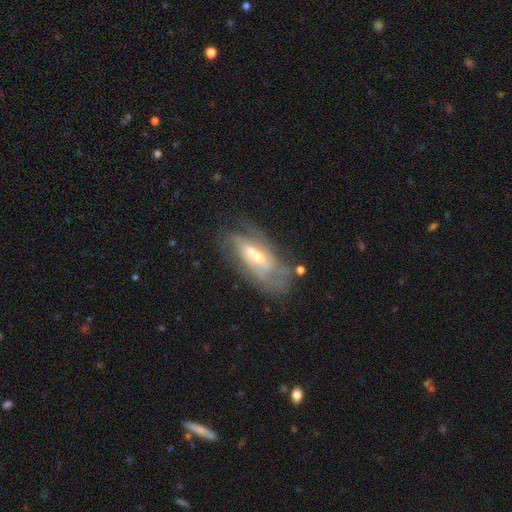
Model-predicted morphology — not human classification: smooth_or_featured: featured or disk (p=0.74) [alt: smooth p=0.19]
disk_edge_on: no (p=0.88) [alt: yes p=0.12]
bar: no (p=0.45) [alt: weak p=0.37]
has_spiral_arms: yes (p=0.81) [alt: no p=0.19]
spiral_winding: tight (p=0.44) [alt: medium p=0.39]
spiral_arm_count: can't tell (p=0.41) [alt: 2 p=0.33]
bulge_size: small (p=0.48) [alt: moderate p=0.43]
merging: none (p=0.47) [alt: minor disturbance p=0.21]